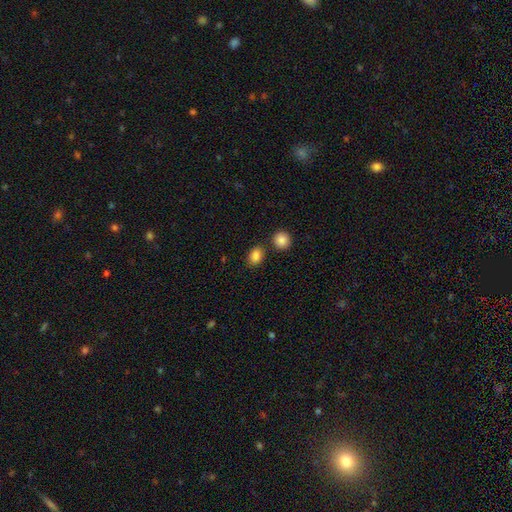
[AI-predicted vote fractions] A smooth galaxy with no disk features (87%) that is in between round and cigar-shaped (73%).

Vote fractions:
- Smooth or featured? smooth: 87% / star or artifact: 9% / featured or disk: 4%
- How rounded? in between: 73% / round: 25% / cigar-shaped: 1%
- Merging? none: 75% / minor disturbance: 11% / merger: 11% / major disturbance: 3%